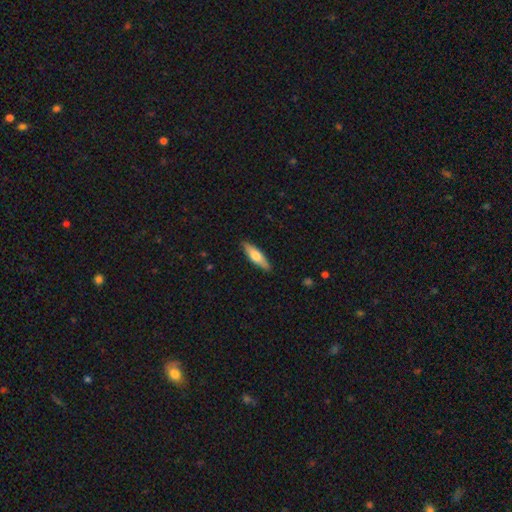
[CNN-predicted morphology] The model was most divided on "how rounded": cigar-shaped: 58%, in between: 40%, round: 2%. More confident: merging — none (88%); smooth or featured — smooth (62%).